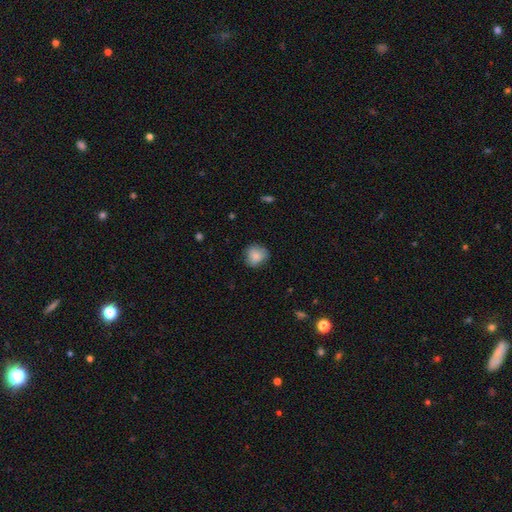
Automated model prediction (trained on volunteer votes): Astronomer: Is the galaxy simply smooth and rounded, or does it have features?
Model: smooth — 84%.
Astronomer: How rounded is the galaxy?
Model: round — 78%.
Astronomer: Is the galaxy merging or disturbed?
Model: none — 74%.